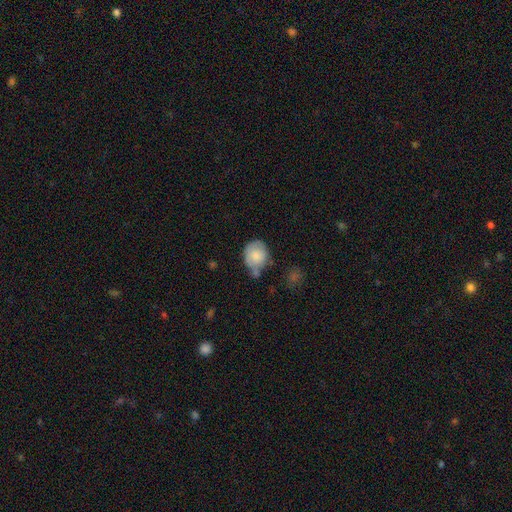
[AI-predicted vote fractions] Overall: smooth (79%). How rounded: round (66%; in between 33%). Merging: none (39%; minor disturbance 35%).